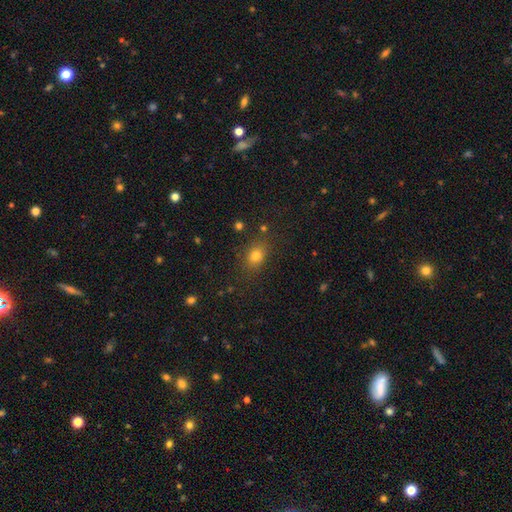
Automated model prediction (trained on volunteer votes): Smooth or featured?
  - smooth: 77% *
  - star or artifact: 15%
  - featured or disk: 8%
How rounded?
  - in between: 59% *
  - round: 39%
  - cigar-shaped: 2%
Merging?
  - none: 80% *
  - minor disturbance: 12%
  - major disturbance: 4%
  - merger: 3%